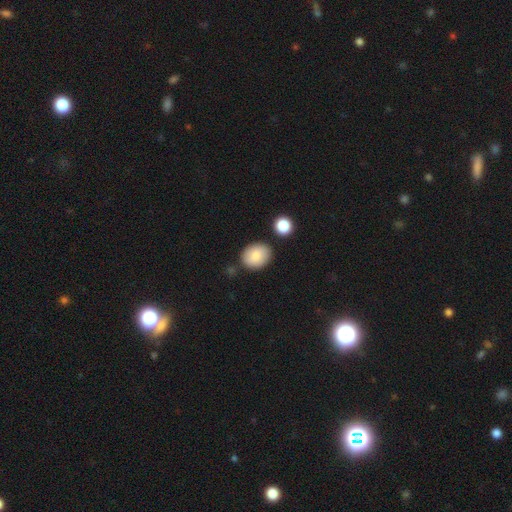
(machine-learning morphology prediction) smooth-or-featured: smooth: 83% | featured or disk: 9% | star or artifact: 7%
  how-rounded: in between: 51% | round: 48% | cigar-shaped: 1%
  merging: none: 80% | minor disturbance: 12% | merger: 6% | major disturbance: 3%